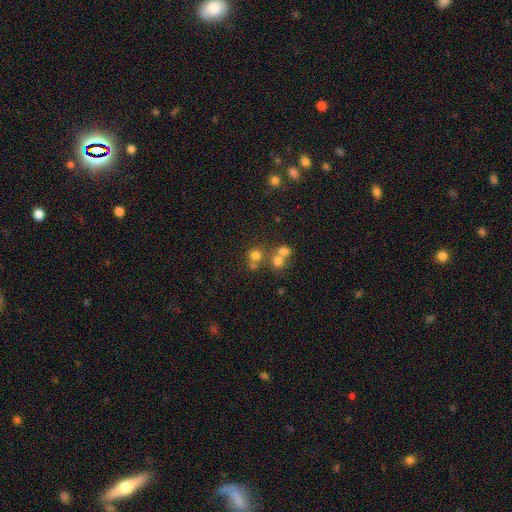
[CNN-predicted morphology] Smooth or featured? smooth (69%)
How rounded? round (89%)
Merging? none (55%)